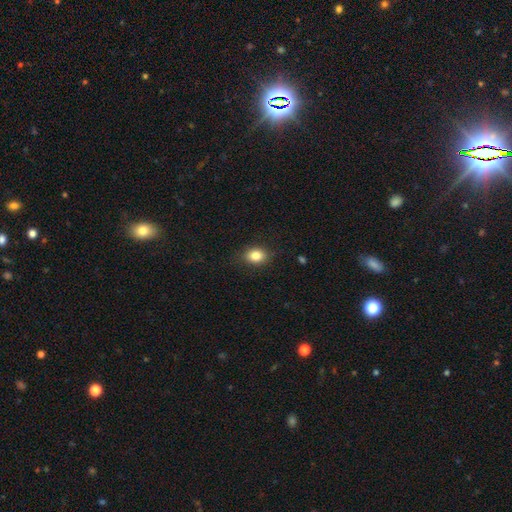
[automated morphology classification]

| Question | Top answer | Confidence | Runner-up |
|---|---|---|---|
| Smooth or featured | smooth | 84% | star or artifact (9%) |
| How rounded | in between | 62% | round (37%) |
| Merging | none | 83% | minor disturbance (12%) |